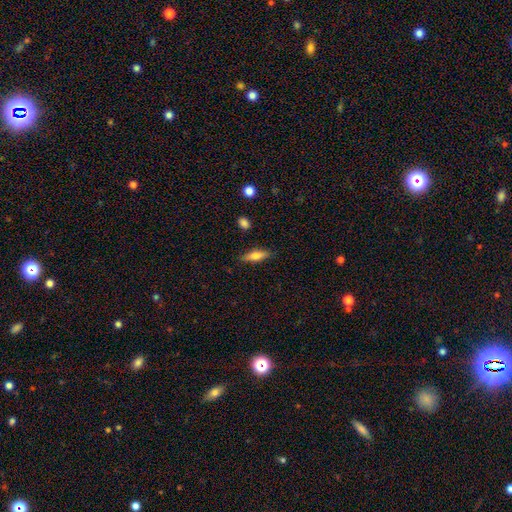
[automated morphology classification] This appears to be a smooth galaxy with no disk features (70%) that is in between round and cigar-shaped (49%, tied with cigar-shaped). Merging: none (84%).